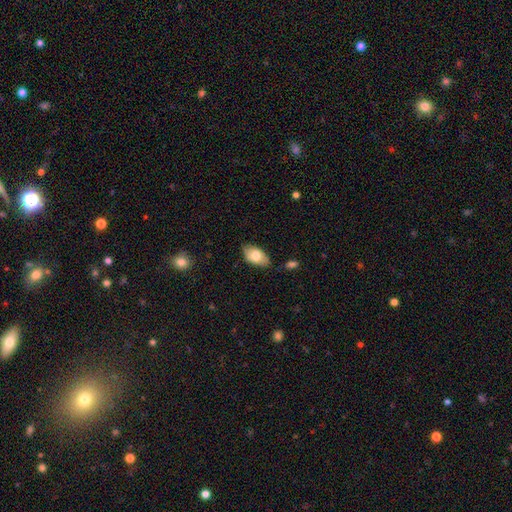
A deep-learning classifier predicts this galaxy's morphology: smooth 77%, featured or disk 16%, star or artifact 7%. Down the decision tree: how rounded — in between (93%); merging — none (74%).